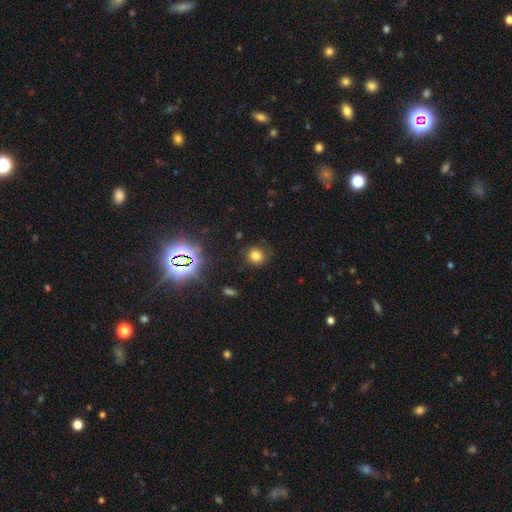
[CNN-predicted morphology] The model was most divided on "smooth or featured": smooth: 74%, star or artifact: 19%, featured or disk: 7%. More confident: how rounded — round (86%); merging — none (81%).